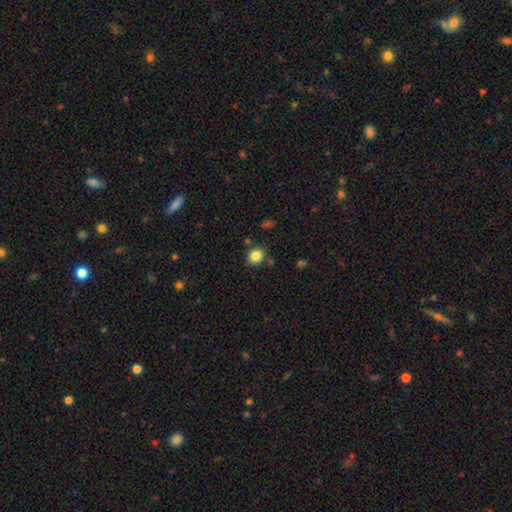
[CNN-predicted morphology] Overall: smooth (84%). How rounded: round (62%; in between 37%). Merging: none (80%).